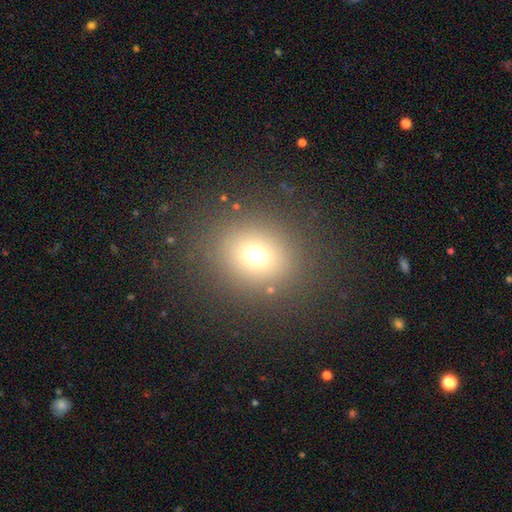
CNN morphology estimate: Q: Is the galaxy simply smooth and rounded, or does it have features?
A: smooth — 69%.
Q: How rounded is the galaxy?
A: round — 77%.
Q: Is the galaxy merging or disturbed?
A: none — 86%.